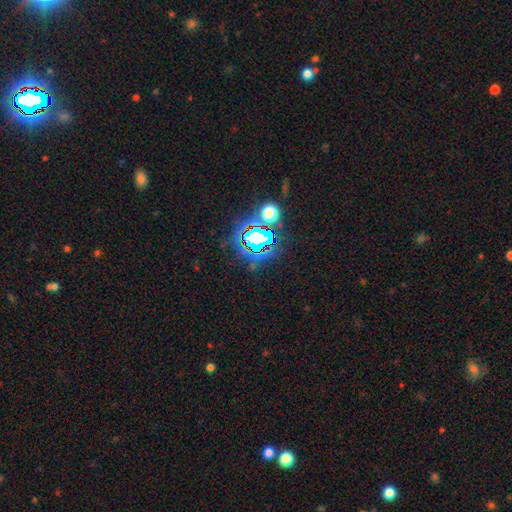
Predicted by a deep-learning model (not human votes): smooth_or_featured: star or artifact (p=0.83) [alt: smooth p=0.11]